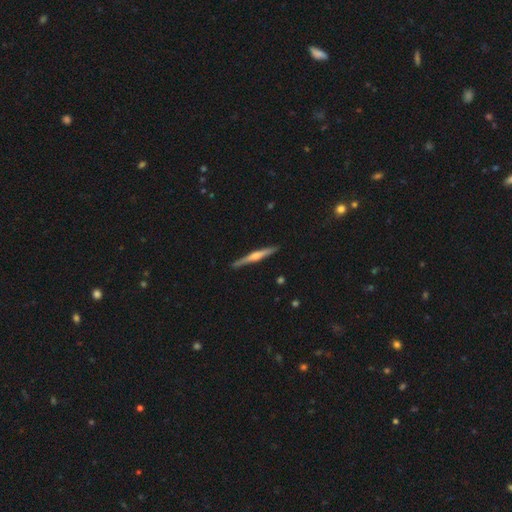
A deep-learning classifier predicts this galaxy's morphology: A featured or disk galaxy (68%) viewed edge-on (98%) with a rounded central bulge (80%). Merging: none (91%).